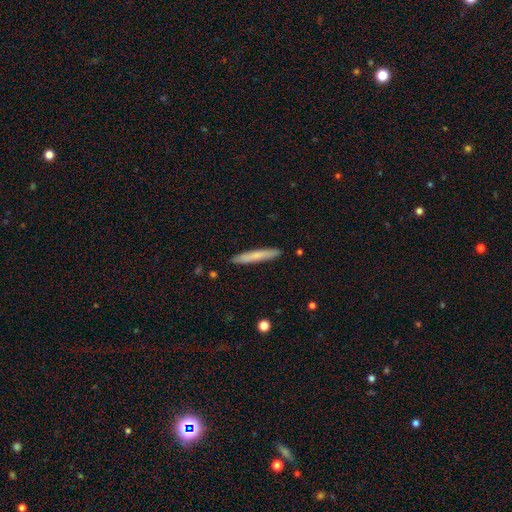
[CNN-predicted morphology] smooth_or_featured: smooth (p=0.70) [alt: featured or disk p=0.24]
how_rounded: cigar-shaped (p=0.95) [alt: in between p=0.04]
merging: none (p=0.90) [alt: minor disturbance p=0.08]